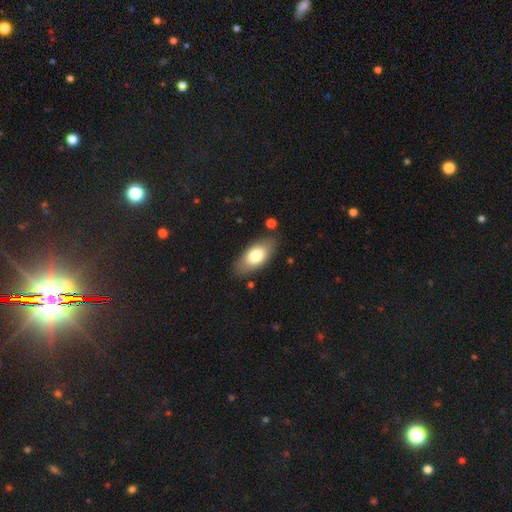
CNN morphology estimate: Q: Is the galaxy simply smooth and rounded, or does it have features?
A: smooth — 73%.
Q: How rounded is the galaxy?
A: in between — 91%.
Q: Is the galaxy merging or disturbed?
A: none — 81%.